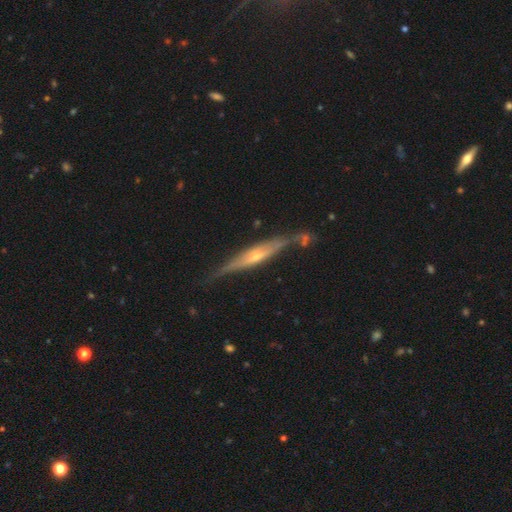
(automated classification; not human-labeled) This is likely a featured or disk galaxy (77%). It is clearly viewed edge-on (94%). Edge-on bulge: likely rounded (72%). Merging: likely none (73%).